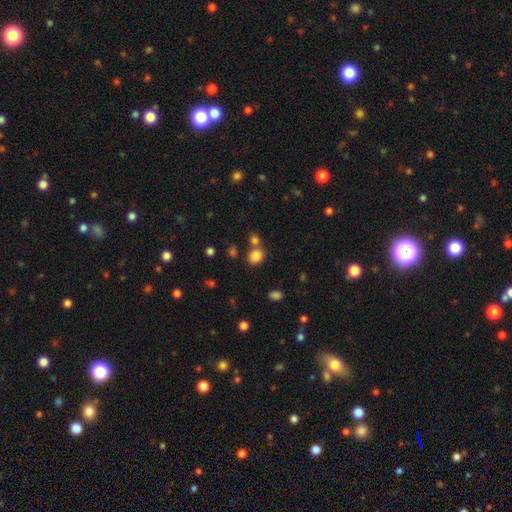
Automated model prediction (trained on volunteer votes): This appears to be a smooth galaxy with no disk features (83%) that is round (65%). Merging: none (62%).